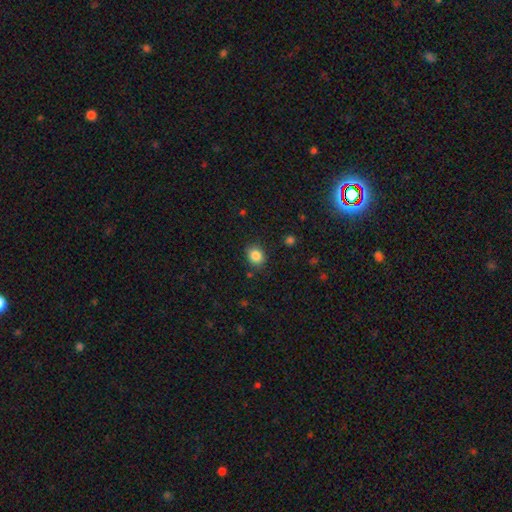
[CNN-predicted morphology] smooth 85%, star or artifact 10%, featured or disk 5%. Down the decision tree: how rounded — round (60%); merging — none (85%).